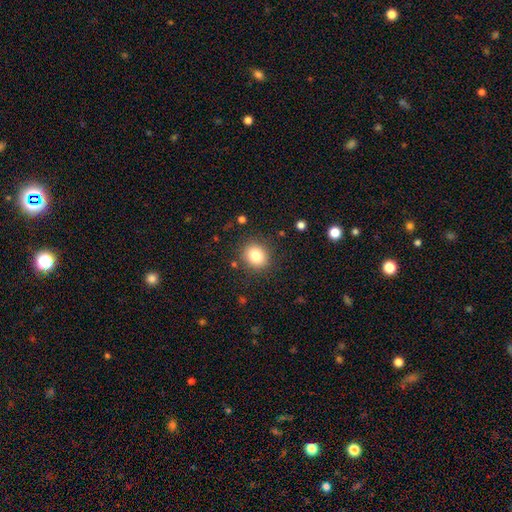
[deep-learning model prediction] Smooth or featured? Predicted: smooth (p=0.81). How rounded? Predicted: round (p=0.76). Merging? Predicted: none (p=0.86).